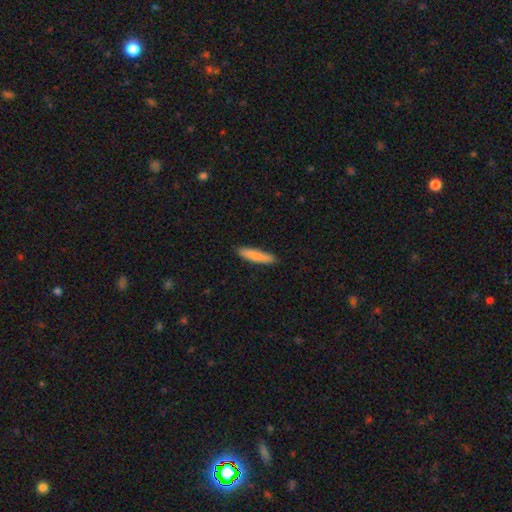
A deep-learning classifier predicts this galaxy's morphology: Smooth or featured?
  - smooth: 83% *
  - featured or disk: 12%
  - star or artifact: 5%
How rounded?
  - cigar-shaped: 82% *
  - in between: 16%
  - round: 1%
Merging?
  - none: 88% *
  - minor disturbance: 9%
  - major disturbance: 2%
  - merger: 1%